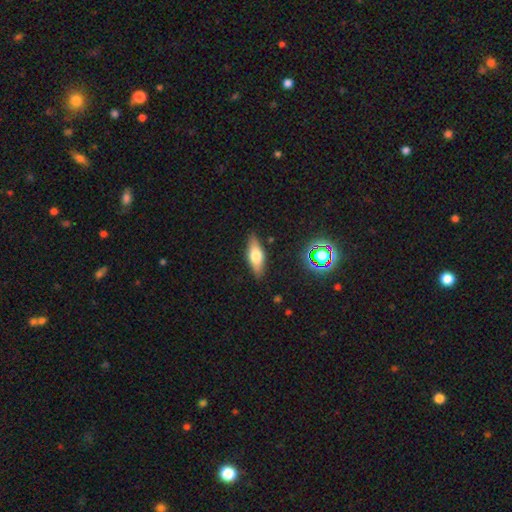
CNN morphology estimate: Smooth or featured?
  - smooth: 57% *
  - featured or disk: 35%
  - star or artifact: 8%
How rounded?
  - in between: 65% *
  - cigar-shaped: 32%
  - round: 3%
Merging?
  - none: 86% *
  - minor disturbance: 11%
  - major disturbance: 2%
  - merger: 1%